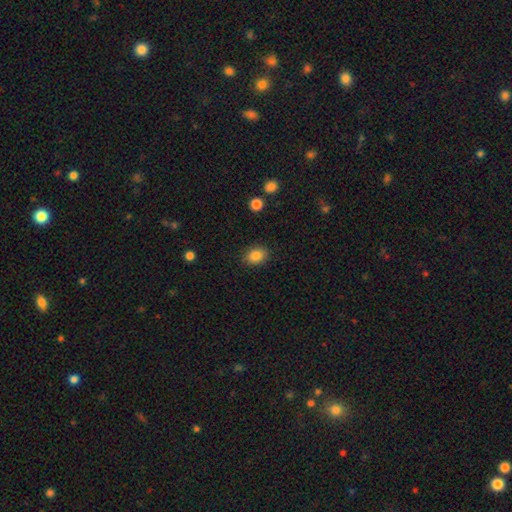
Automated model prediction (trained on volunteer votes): Overall: smooth (86%). How rounded: in between (63%; round 36%). Merging: none (87%).